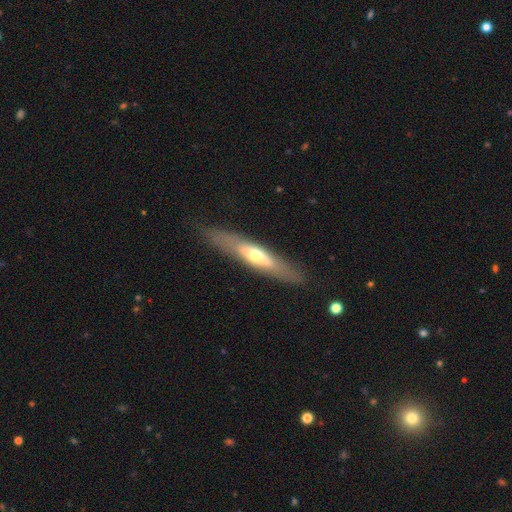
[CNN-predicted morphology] Smooth or featured? featured or disk (49%)
Merging? none (82%)